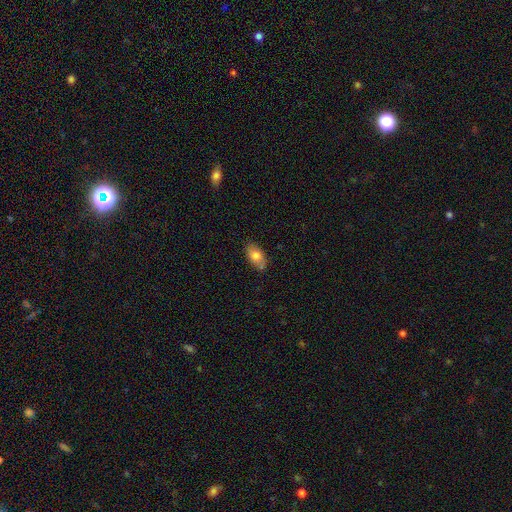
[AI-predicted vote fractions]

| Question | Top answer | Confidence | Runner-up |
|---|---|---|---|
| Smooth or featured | smooth | 74% | featured or disk (19%) |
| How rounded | in between | 92% | round (4%) |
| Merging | none | 79% | minor disturbance (16%) |